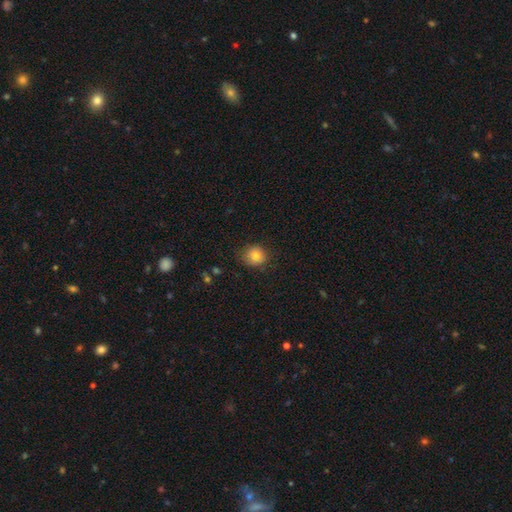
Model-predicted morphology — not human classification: Smooth or featured?
  - smooth: 81% *
  - star or artifact: 11%
  - featured or disk: 8%
How rounded?
  - round: 80% *
  - in between: 19%
  - cigar-shaped: 1%
Merging?
  - none: 80% *
  - minor disturbance: 15%
  - major disturbance: 4%
  - merger: 1%